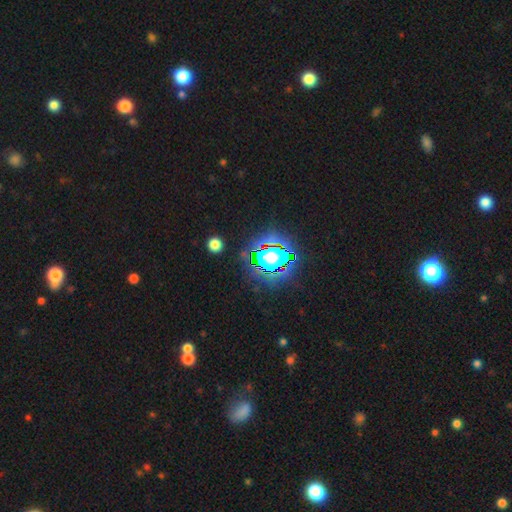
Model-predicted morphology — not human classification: smooth_or_featured: star or artifact (p=0.82) [alt: smooth p=0.11]